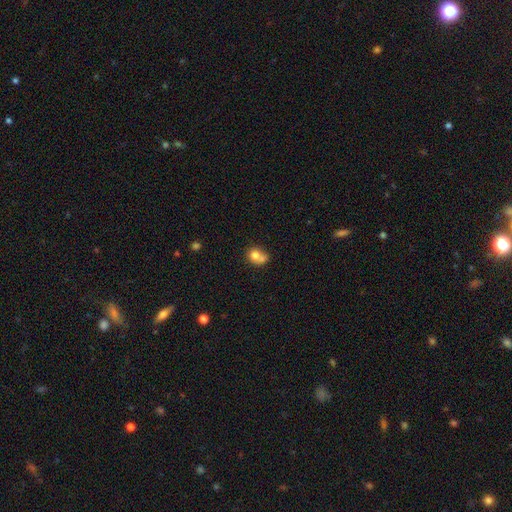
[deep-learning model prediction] Smooth or featured: smooth — 74% (featured or disk — 16%)
How rounded: round — 66% (in between — 33%)
Merging: merger — 49% (none — 32%)